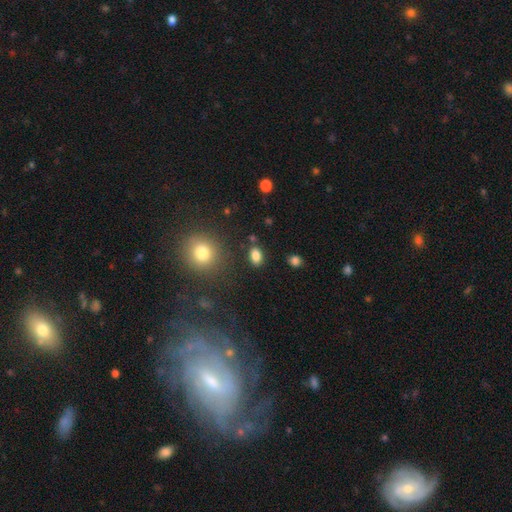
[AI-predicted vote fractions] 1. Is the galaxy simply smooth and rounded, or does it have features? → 84% smooth, 10% star or artifact, 6% featured or disk.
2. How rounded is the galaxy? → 82% in between, 17% round, 2% cigar-shaped.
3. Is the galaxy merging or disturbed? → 84% none, 10% minor disturbance, 3% merger, 3% major disturbance.